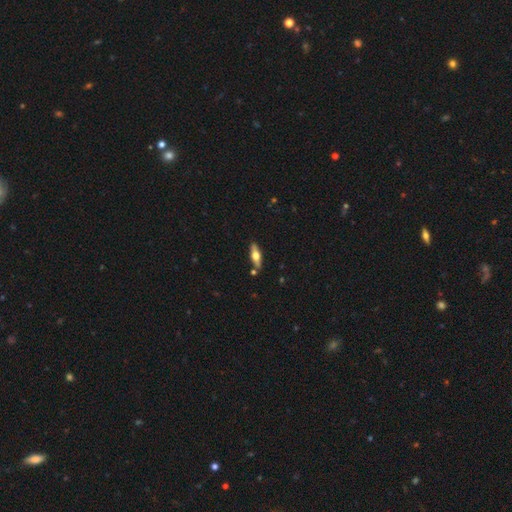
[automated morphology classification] This appears to be a featured or disk galaxy (57%) viewed edge-on (90%) with a rounded central bulge (94%). Merging: none (84%).